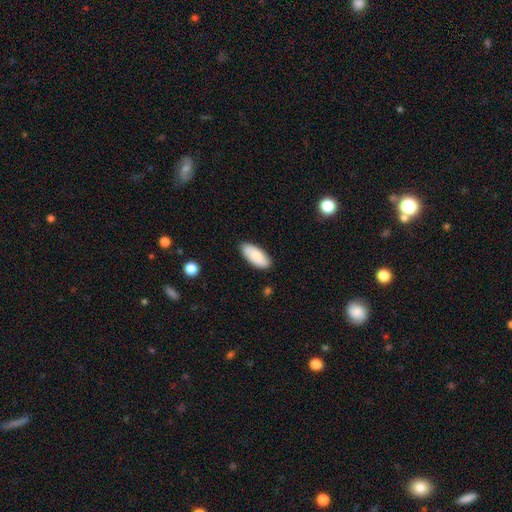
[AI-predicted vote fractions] This is clearly a smooth galaxy (86%). How rounded: clearly in between (88%). Merging: clearly none (87%).